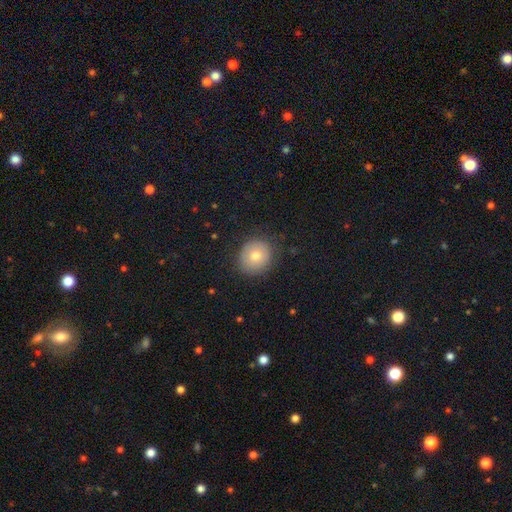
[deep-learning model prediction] A smooth galaxy with no disk features (72%) that is round (84%).

Vote fractions:
- Smooth or featured? smooth: 72% / featured or disk: 18% / star or artifact: 10%
- How rounded? round: 84% / in between: 15% / cigar-shaped: 1%
- Merging? none: 84% / minor disturbance: 11% / major disturbance: 4% / merger: 1%